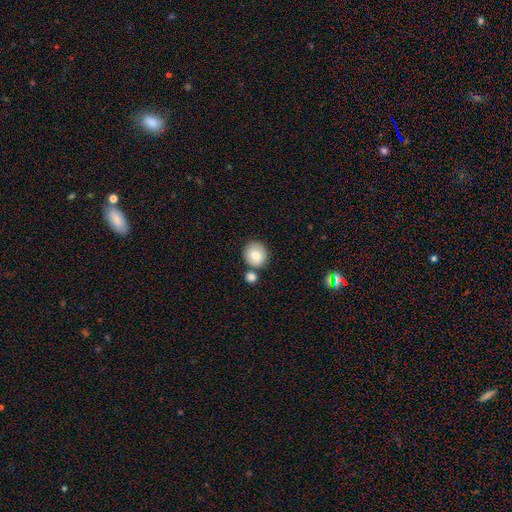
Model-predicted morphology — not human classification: This appears to be a smooth galaxy with no disk features (80%) that is round (82%). Merging: none (68%).